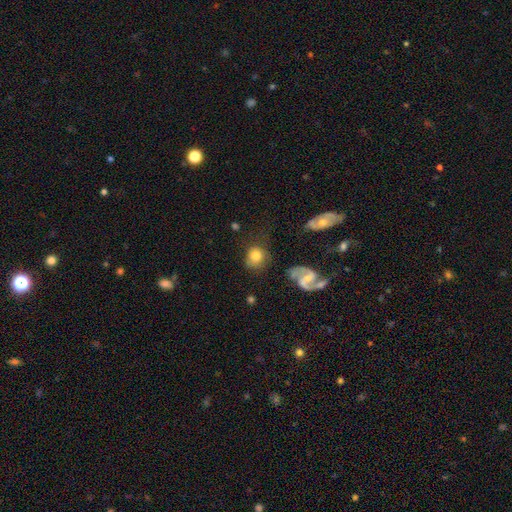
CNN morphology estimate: A smooth galaxy with no disk features (64%) that is round (76%). Merging: none (66%).